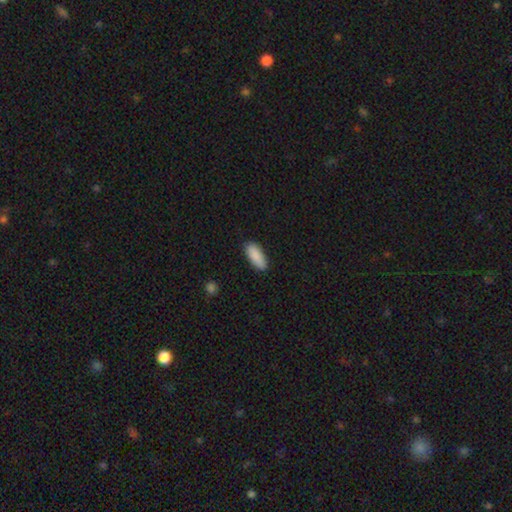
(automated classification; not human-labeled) A smooth galaxy with no disk features (90%) that is in between round and cigar-shaped (77%).

Vote fractions:
- Smooth or featured? smooth: 90% / star or artifact: 6% / featured or disk: 4%
- How rounded? in between: 77% / cigar-shaped: 21% / round: 2%
- Merging? none: 87% / minor disturbance: 10% / major disturbance: 2% / merger: 1%